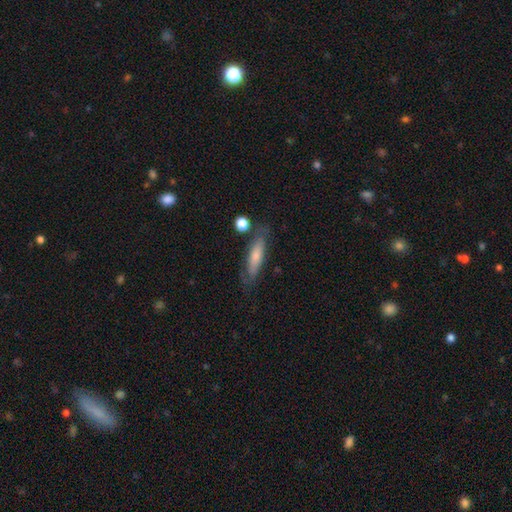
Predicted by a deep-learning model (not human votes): A smooth galaxy with no disk features (56%) that is cigar-shaped (71%). Merging: none (75%).